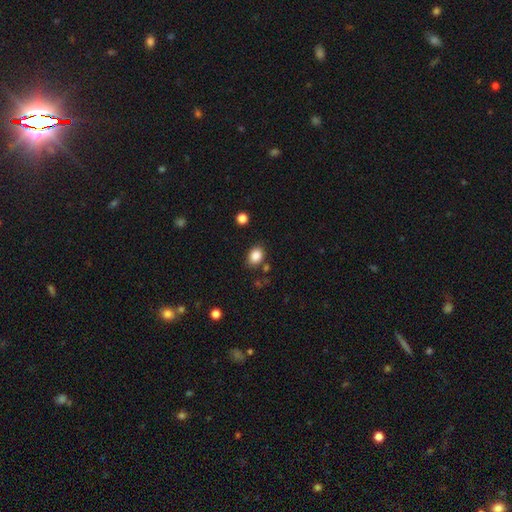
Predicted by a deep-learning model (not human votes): Smooth or featured: smooth — 86% (star or artifact — 10%)
How rounded: in between — 67% (round — 32%)
Merging: none — 78% (minor disturbance — 14%)